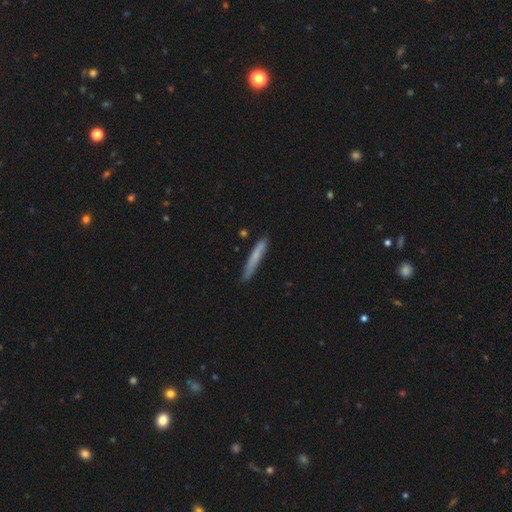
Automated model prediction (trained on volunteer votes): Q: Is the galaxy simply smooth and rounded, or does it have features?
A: smooth — 69%.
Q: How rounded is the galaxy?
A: cigar-shaped — 95%.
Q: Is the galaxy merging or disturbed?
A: none — 83%.